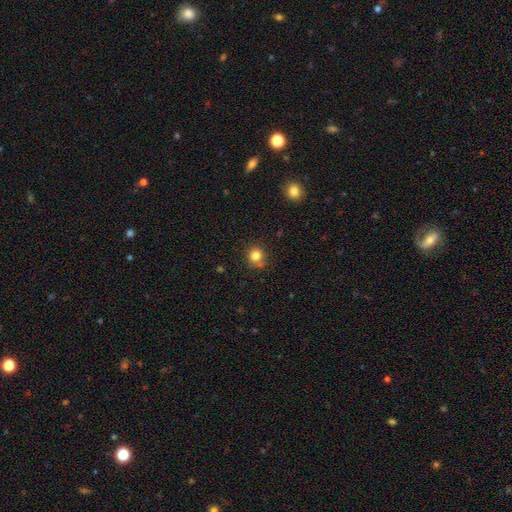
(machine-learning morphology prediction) A smooth galaxy with no disk features (82%) that is round (89%). Merging: none (75%).